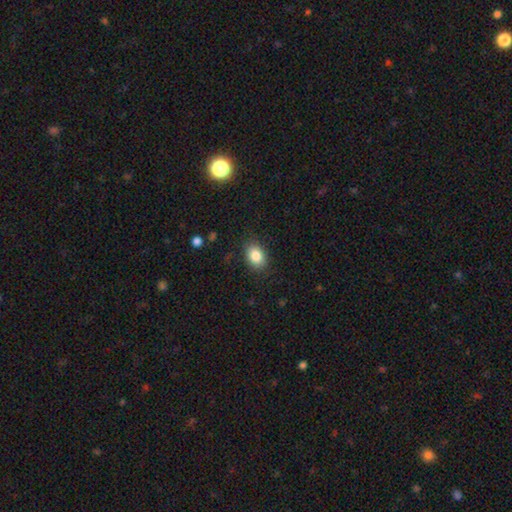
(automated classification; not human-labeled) A smooth galaxy with no disk features (84%) that is in between round and cigar-shaped (75%). Merging: none (85%).